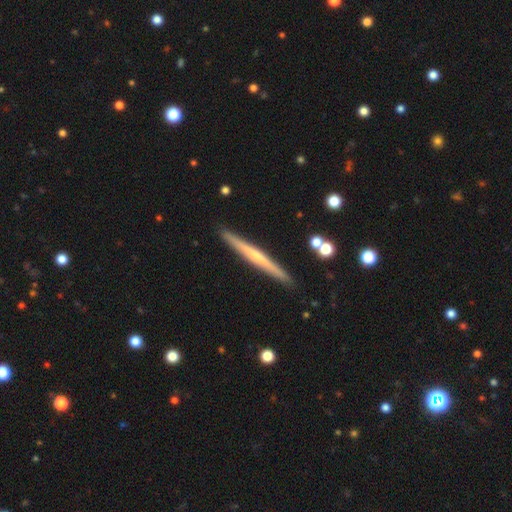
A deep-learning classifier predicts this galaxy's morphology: featured or disk 63%, smooth 32%, star or artifact 5%. Down the decision tree: edge-on disk — yes (98%); edge-on bulge — none (52%); merging — none (91%).